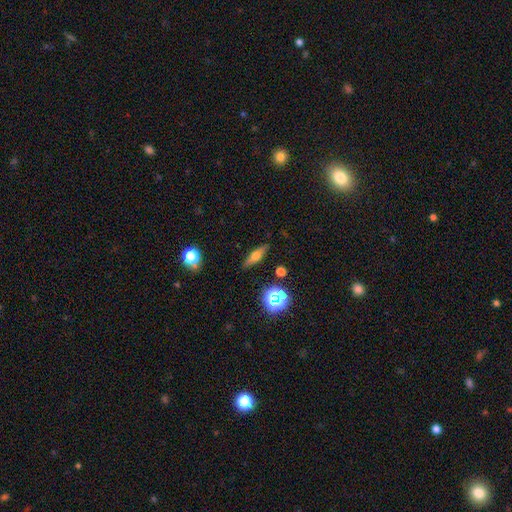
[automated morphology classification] A smooth galaxy with no disk features (44%, tied with featured or disk).

Vote fractions:
- Smooth or featured? smooth: 44% (tied) / featured or disk: 44% (tied) / star or artifact: 12%
- Merging? none: 87% / minor disturbance: 9% / major disturbance: 2% / merger: 2%